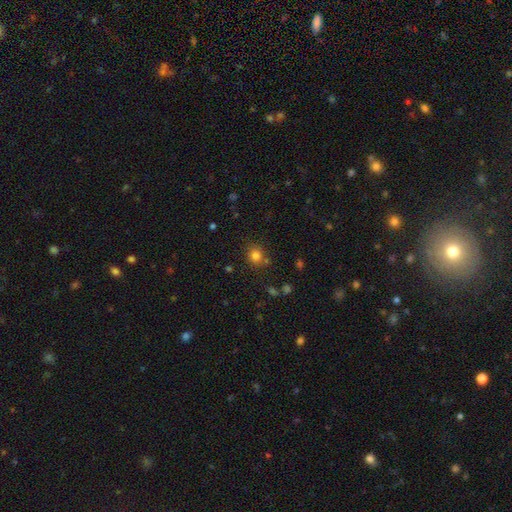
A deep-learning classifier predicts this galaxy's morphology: This appears to be a smooth galaxy with no disk features (79%) that is round (83%). Merging: none (79%).